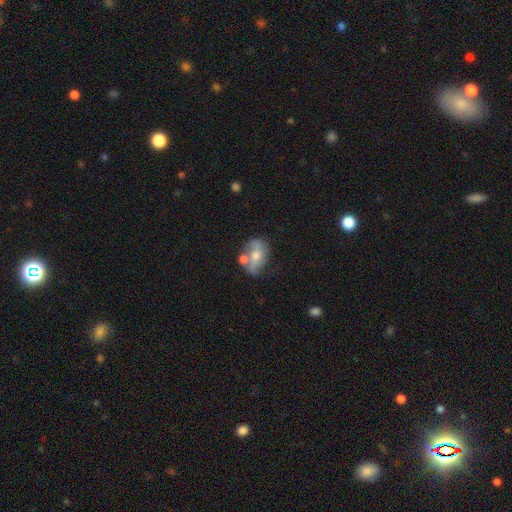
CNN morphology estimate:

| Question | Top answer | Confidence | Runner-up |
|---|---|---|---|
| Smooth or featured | featured or disk | 50% | smooth (41%) |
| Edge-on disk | no | 93% | yes (7%) |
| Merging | none | 46% | merger (23%) |